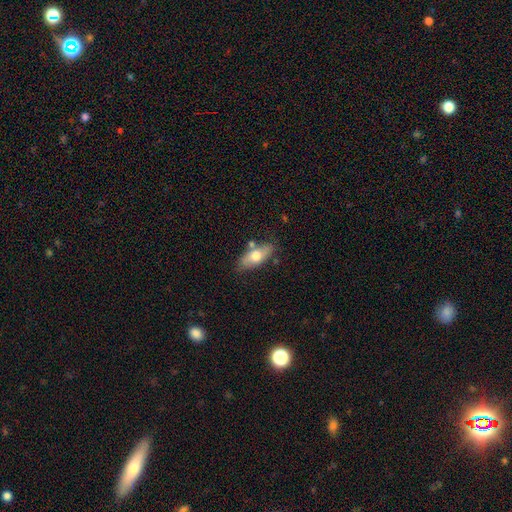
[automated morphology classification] smooth-or-featured: smooth: 63% | featured or disk: 30% | star or artifact: 6%
  how-rounded: in between: 82% | cigar-shaped: 14% | round: 4%
  merging: none: 75% | minor disturbance: 15% | merger: 7% | major disturbance: 3%